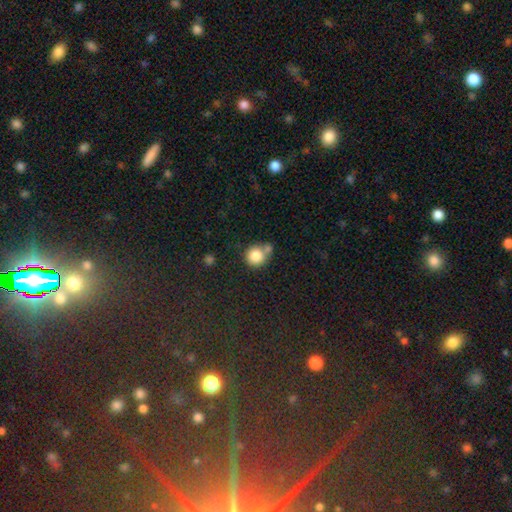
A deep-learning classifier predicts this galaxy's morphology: A smooth galaxy with no disk features (82%) that is round (91%). Merging: none (54%).